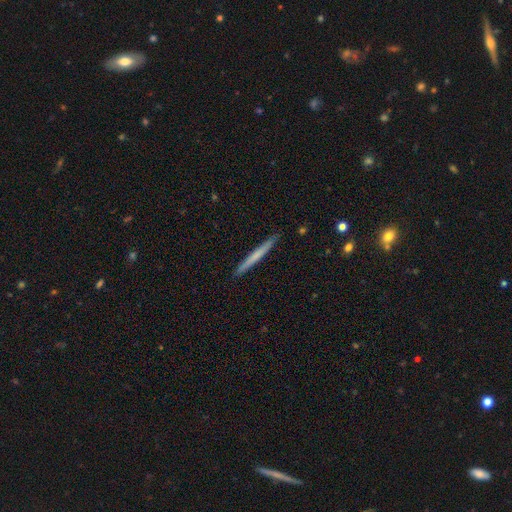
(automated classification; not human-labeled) The model was most divided on "smooth or featured": smooth: 58%, featured or disk: 37%, star or artifact: 5%. More confident: how rounded — cigar-shaped (97%); merging — none (92%).